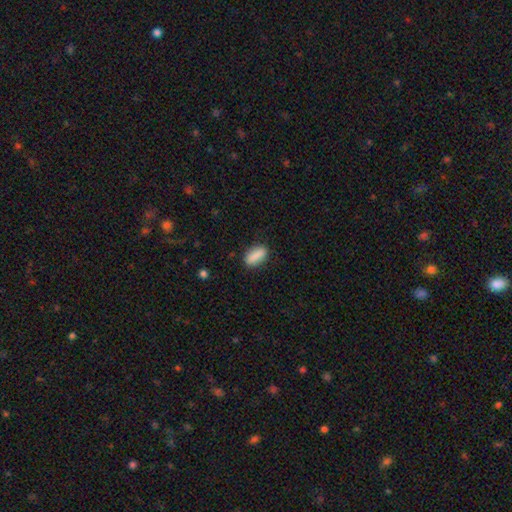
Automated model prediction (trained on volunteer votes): A smooth galaxy with no disk features (87%) that is in between round and cigar-shaped (75%). Merging: none (86%).